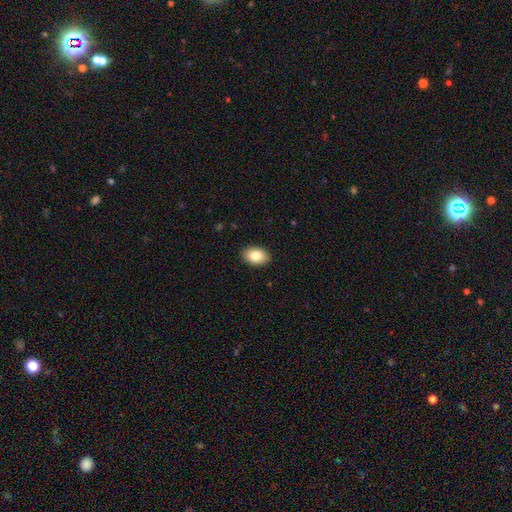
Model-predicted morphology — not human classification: smooth_or_featured: smooth (p=0.84) [alt: featured or disk p=0.09]
how_rounded: in between (p=0.85) [alt: round p=0.14]
merging: none (p=0.90) [alt: minor disturbance p=0.07]